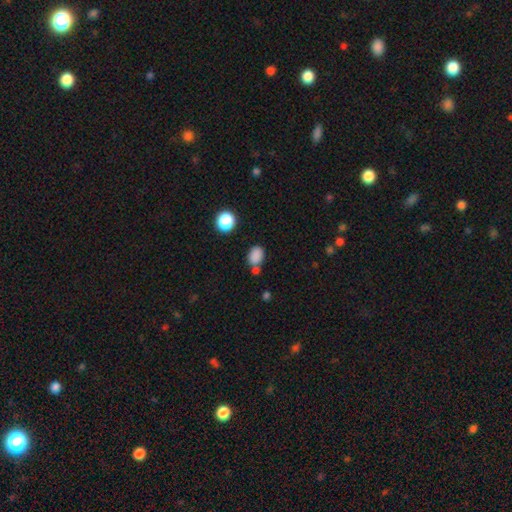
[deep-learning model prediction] Q: Smooth or featured?
A: smooth (84%); runner-up: star or artifact (11%)
Q: How rounded?
A: in between (71%); runner-up: round (28%)
Q: Merging?
A: none (59%); runner-up: merger (21%)